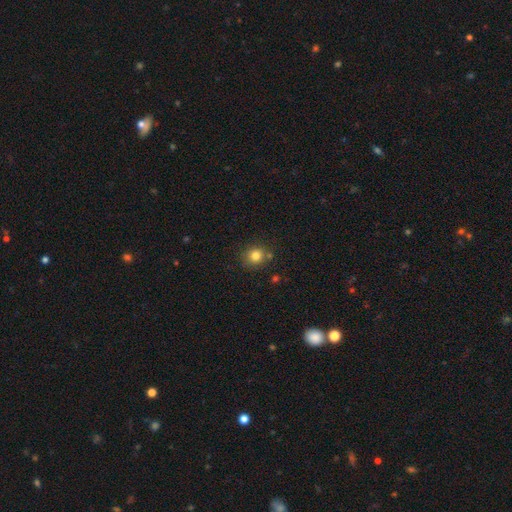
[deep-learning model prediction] Morphology: type=smooth (81%); roundness=round (84%); merging=none (79%).